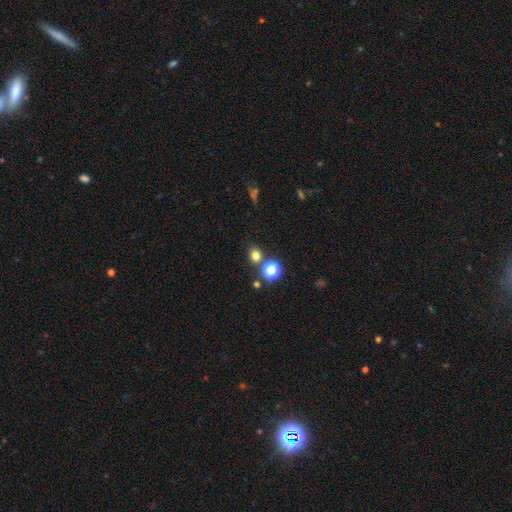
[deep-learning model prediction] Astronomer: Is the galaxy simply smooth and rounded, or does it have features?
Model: smooth — 74%.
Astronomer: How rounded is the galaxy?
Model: round — 75%.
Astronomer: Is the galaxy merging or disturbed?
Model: none — 76%.